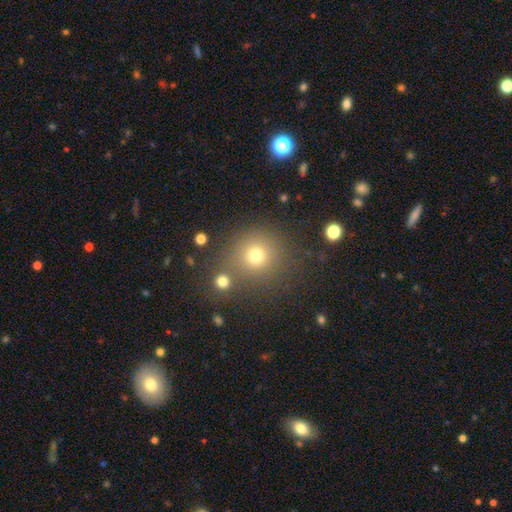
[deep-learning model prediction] Smooth or featured?
  - smooth: 71% *
  - star or artifact: 20%
  - featured or disk: 9%
How rounded?
  - round: 89% *
  - in between: 10%
  - cigar-shaped: 1%
Merging?
  - none: 77% *
  - minor disturbance: 10%
  - merger: 10%
  - major disturbance: 4%